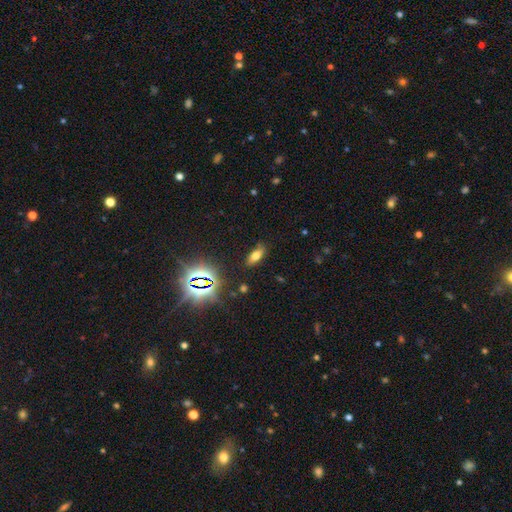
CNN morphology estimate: Smooth or featured? smooth (64%)
How rounded? in between (80%)
Merging? none (82%)